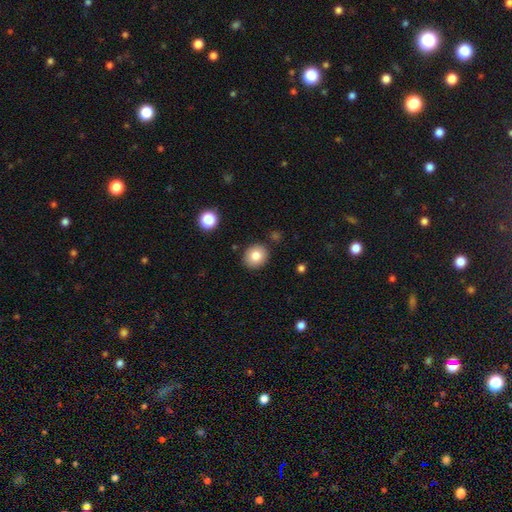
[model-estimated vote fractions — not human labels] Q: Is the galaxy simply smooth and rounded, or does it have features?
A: smooth — 82%.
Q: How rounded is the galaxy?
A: round — 73%.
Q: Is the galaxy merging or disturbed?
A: none — 87%.